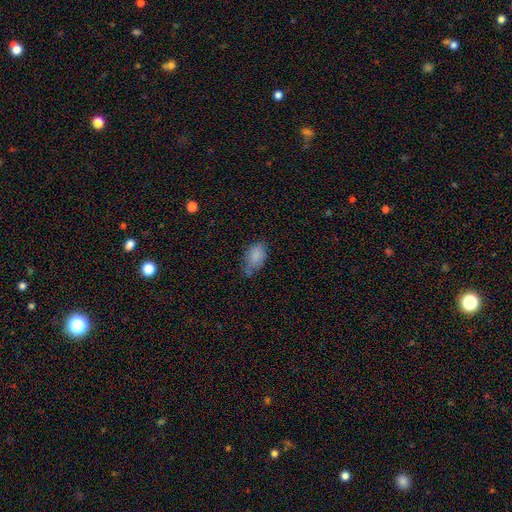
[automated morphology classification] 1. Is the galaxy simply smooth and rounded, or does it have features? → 84% smooth, 9% star or artifact, 7% featured or disk.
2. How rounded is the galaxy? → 90% in between, 8% round, 2% cigar-shaped.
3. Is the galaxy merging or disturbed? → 52% none, 35% minor disturbance, 8% major disturbance, 5% merger.